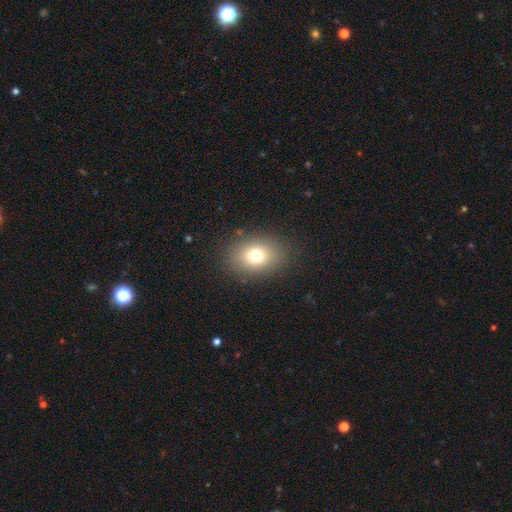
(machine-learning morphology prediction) Smooth or featured: smooth — 75% (star or artifact — 13%)
How rounded: in between — 57% (round — 42%)
Merging: none — 86% (minor disturbance — 9%)